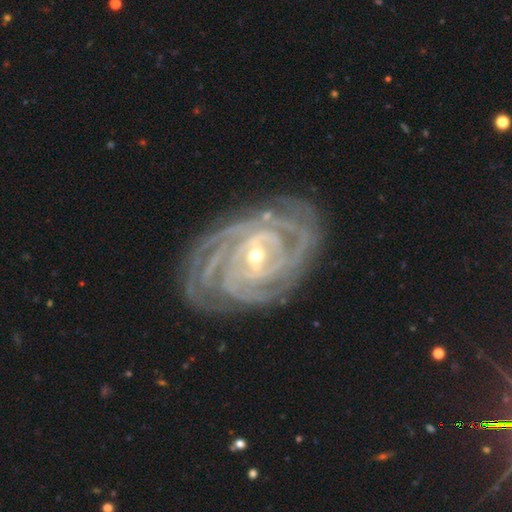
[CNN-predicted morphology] Overall: featured or disk (92%). Edge-on disk: no (96%). Bar: weak (39%; strong 35%). Spiral arms: yes (99%). Spiral arm count: 4 (29%; 3 21%). Spiral winding: tight (84%). Bulge size: small (57%; moderate 40%). Merging: none (81%).